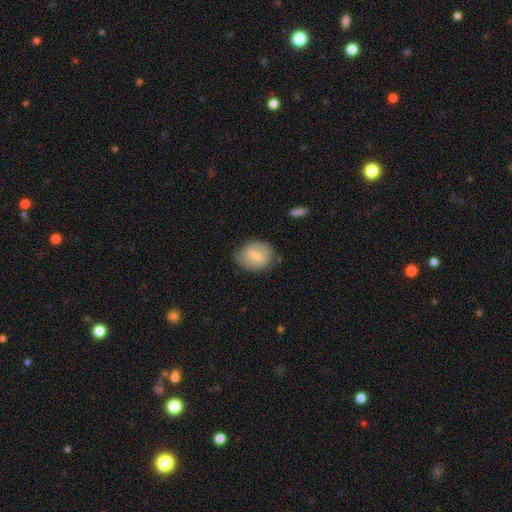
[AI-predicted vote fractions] Q: Smooth or featured?
A: smooth (68%); runner-up: featured or disk (25%)
Q: How rounded?
A: in between (52%); runner-up: round (47%)
Q: Merging?
A: none (60%); runner-up: minor disturbance (30%)